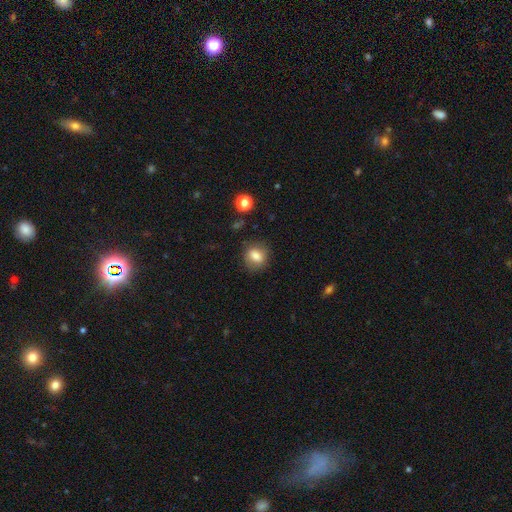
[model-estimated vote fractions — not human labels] Smooth or featured? smooth (78%)
How rounded? round (61%)
Merging? none (80%)